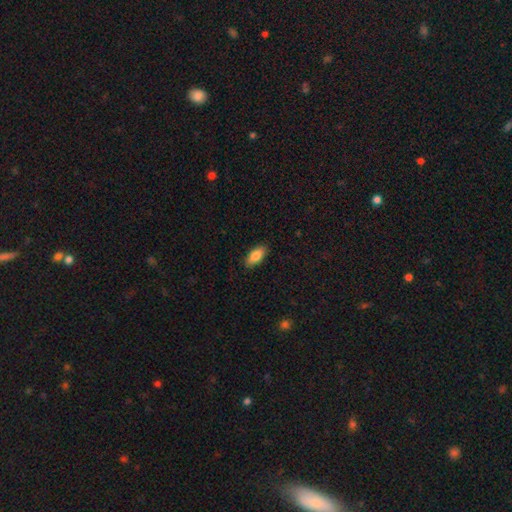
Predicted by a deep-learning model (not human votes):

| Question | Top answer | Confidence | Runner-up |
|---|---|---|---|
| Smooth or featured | smooth | 85% | featured or disk (8%) |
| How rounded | in between | 88% | cigar-shaped (9%) |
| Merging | none | 88% | minor disturbance (9%) |